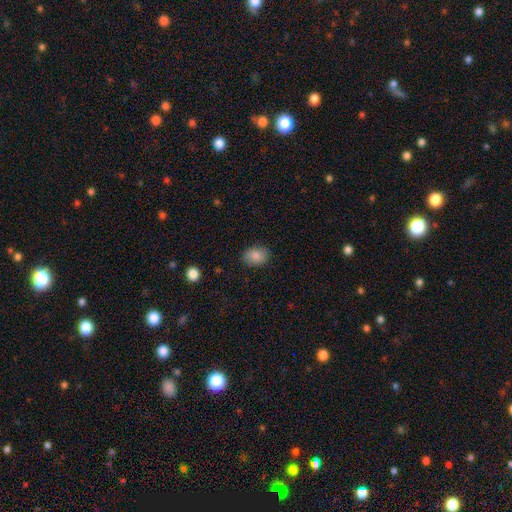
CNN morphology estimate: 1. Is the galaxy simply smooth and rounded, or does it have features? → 86% smooth, 8% star or artifact, 5% featured or disk.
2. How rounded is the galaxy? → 63% in between, 36% round, 1% cigar-shaped.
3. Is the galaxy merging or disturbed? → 84% none, 12% minor disturbance, 3% major disturbance, 1% merger.